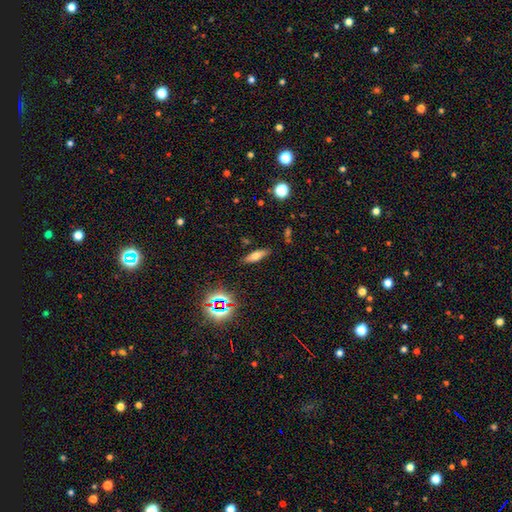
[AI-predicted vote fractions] Morphology: type=smooth (59%); roundness=in between (57%); merging=none (84%).